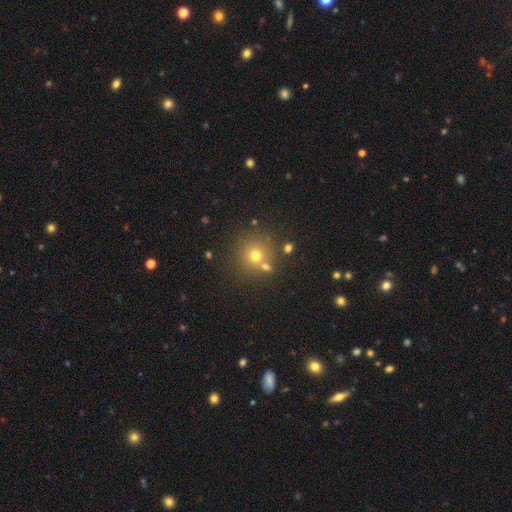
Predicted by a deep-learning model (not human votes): A smooth galaxy with no disk features (69%) that is round (92%).

Vote fractions:
- Smooth or featured? smooth: 69% / star or artifact: 18% / featured or disk: 13%
- How rounded? round: 92% / in between: 7% / cigar-shaped: 1%
- Merging? none: 73% / merger: 15% / minor disturbance: 9% / major disturbance: 4%